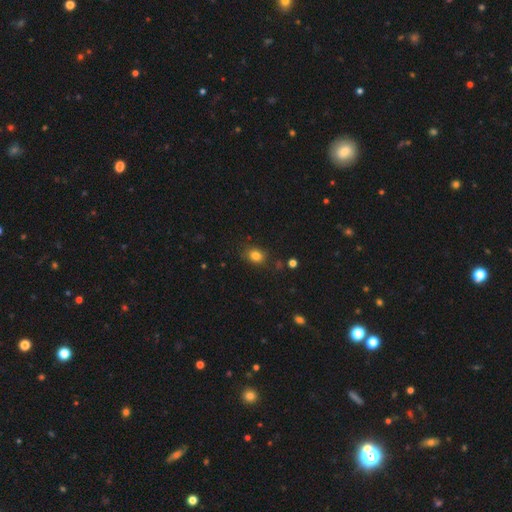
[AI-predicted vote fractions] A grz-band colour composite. It shows a smooth galaxy with no disk features (81%) that is in between round and cigar-shaped (51%). Merging: none (79%).